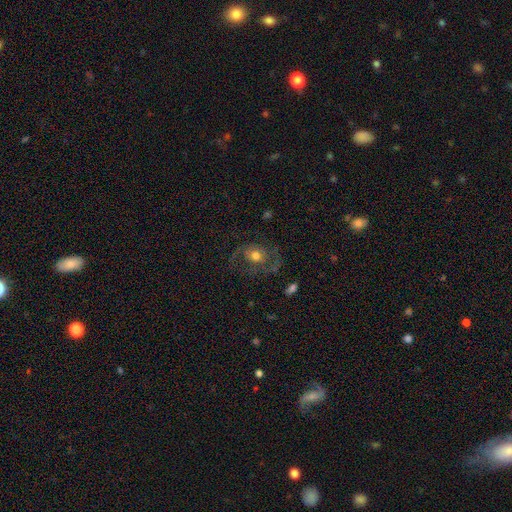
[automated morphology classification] The model was most divided on "smooth or featured": featured or disk: 56%, smooth: 34%, star or artifact: 10%. More confident: edge-on disk — no (96%); bar — no (77%); spiral arms — yes (68%); bulge size — moderate (68%); merging — none (58%).